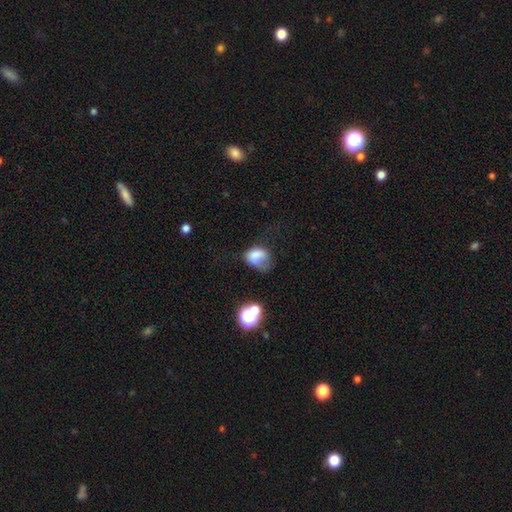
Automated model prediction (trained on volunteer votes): Overall: smooth (67%). How rounded: in between (64%; round 34%). Merging: major disturbance (40%; minor disturbance 30%).